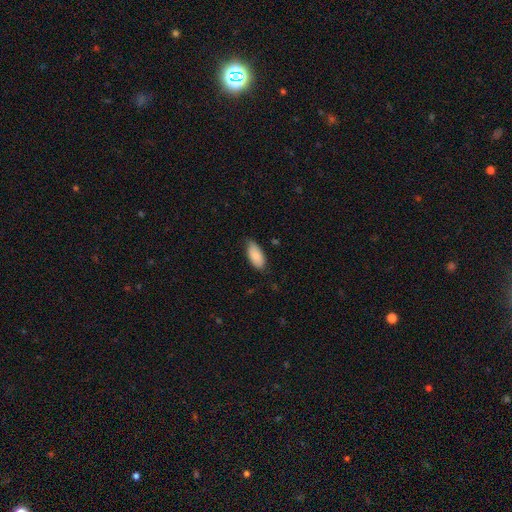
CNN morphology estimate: smooth-or-featured: smooth: 84% | featured or disk: 10% | star or artifact: 6%
  how-rounded: in between: 93% | cigar-shaped: 5% | round: 2%
  merging: none: 74% | minor disturbance: 22% | major disturbance: 3% | merger: 1%